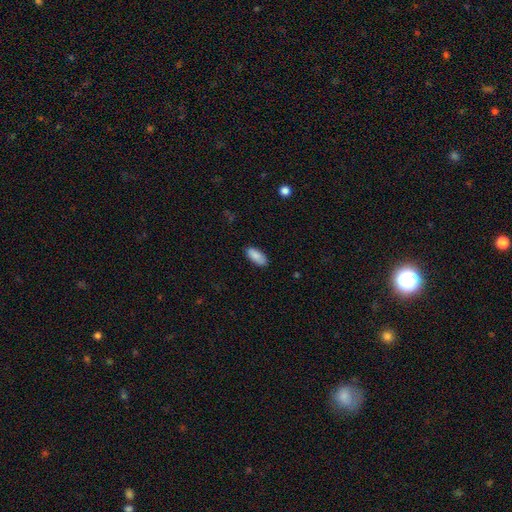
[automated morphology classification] type=smooth (88%); roundness=in between (88%); merging=none (86%).